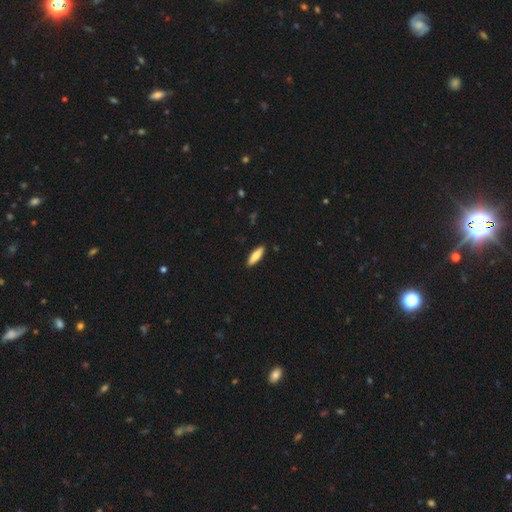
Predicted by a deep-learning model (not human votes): smooth_or_featured: smooth (p=0.78) [alt: featured or disk p=0.16]
how_rounded: cigar-shaped (p=0.58) [alt: in between p=0.41]
merging: none (p=0.90) [alt: minor disturbance p=0.07]